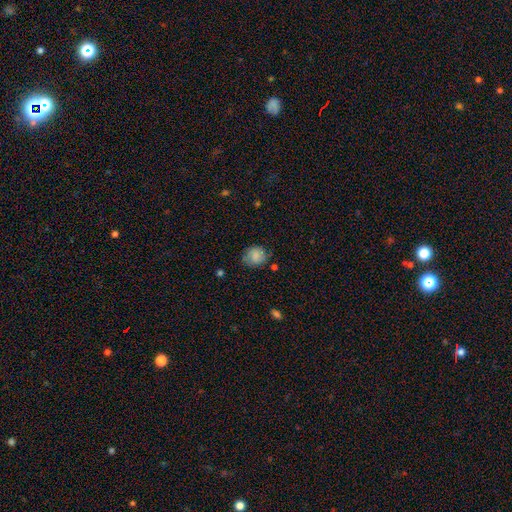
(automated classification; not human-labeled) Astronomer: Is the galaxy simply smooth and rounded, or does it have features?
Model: smooth — 80%.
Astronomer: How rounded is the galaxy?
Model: round — 77%.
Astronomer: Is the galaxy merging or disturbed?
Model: none — 71%.